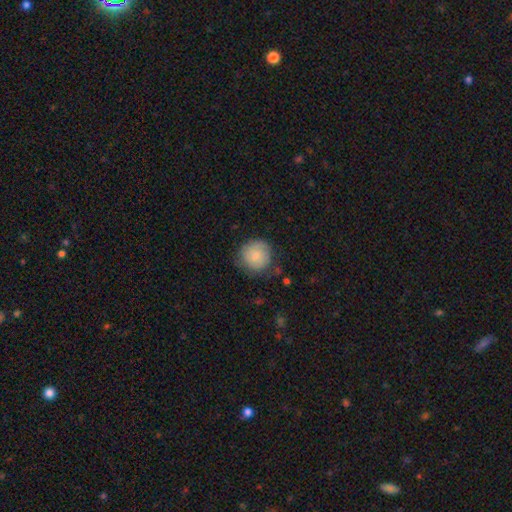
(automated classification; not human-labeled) A smooth galaxy with no disk features (69%) that is round (92%). Merging: none (72%).